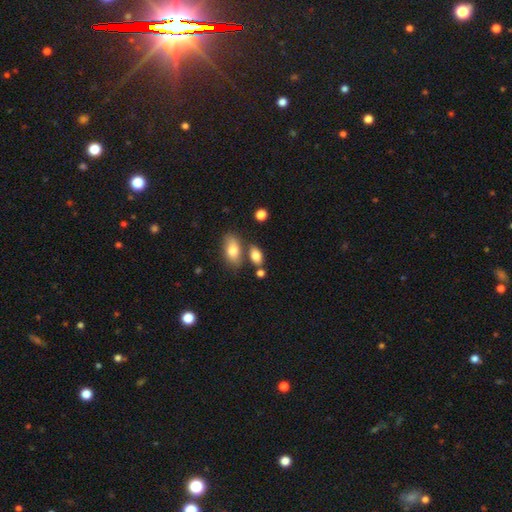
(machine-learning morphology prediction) A smooth galaxy with no disk features (81%) that is in between round and cigar-shaped (84%). Merging: none (64%).